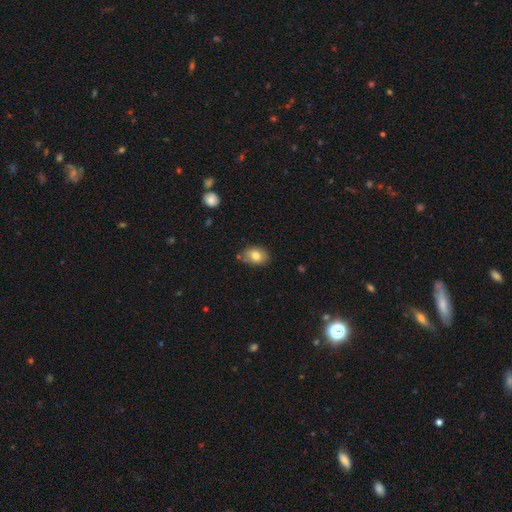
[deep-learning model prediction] Smooth or featured?
  - smooth: 79% *
  - featured or disk: 12%
  - star or artifact: 9%
How rounded?
  - in between: 76% *
  - round: 23%
  - cigar-shaped: 1%
Merging?
  - none: 76% *
  - minor disturbance: 16%
  - merger: 4%
  - major disturbance: 3%